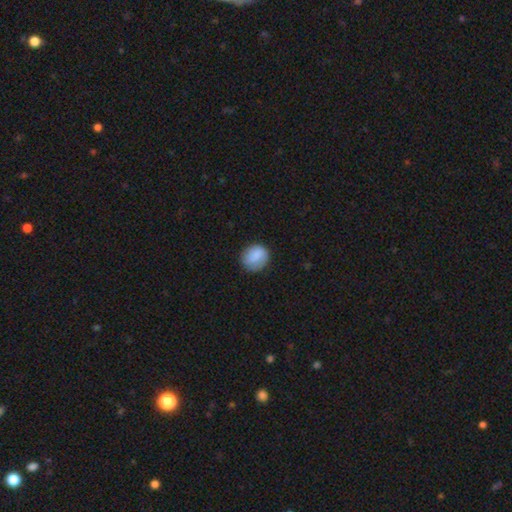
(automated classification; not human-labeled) This is clearly a smooth galaxy (80%). How rounded: likely round (76%). Merging: likely none (74%).